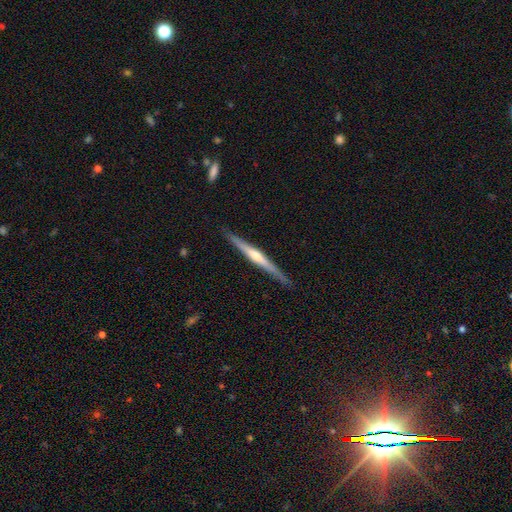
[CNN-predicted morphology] A featured or disk galaxy (71%) viewed edge-on (98%) with a rounded central bulge (64%).

Vote fractions:
- Smooth or featured? featured or disk: 71% / smooth: 24% / star or artifact: 5%
- Edge-on disk? yes: 98% / no: 2%
- Edge-on bulge? rounded: 64% / none: 27% / boxy: 9%
- Merging? none: 89% / minor disturbance: 9% / major disturbance: 1% / merger: 1%